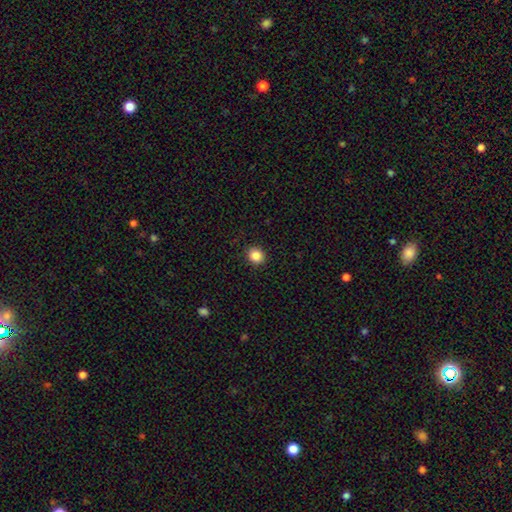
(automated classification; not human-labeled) A smooth galaxy with no disk features (86%) that is round (83%). Merging: none (92%).